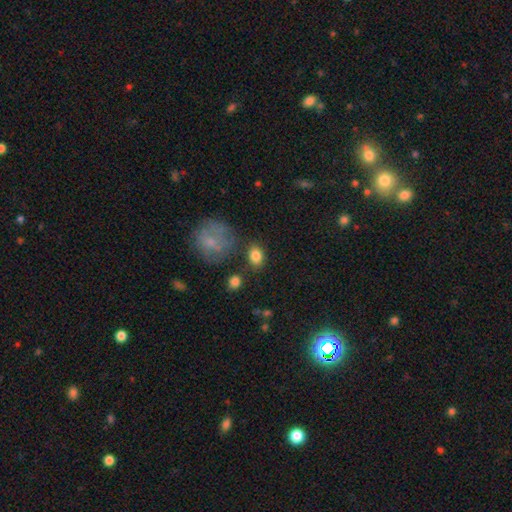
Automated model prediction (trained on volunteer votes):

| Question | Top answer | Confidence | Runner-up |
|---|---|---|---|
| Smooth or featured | smooth | 84% | star or artifact (9%) |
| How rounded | in between | 67% | round (32%) |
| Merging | none | 77% | minor disturbance (13%) |